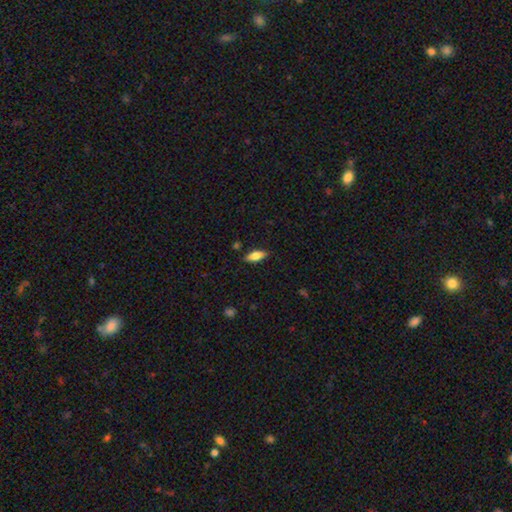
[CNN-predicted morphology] A smooth galaxy with no disk features (77%) that is in between round and cigar-shaped (76%). Merging: none (86%).